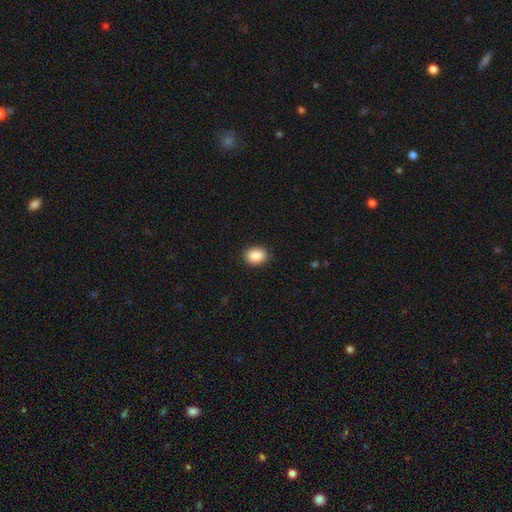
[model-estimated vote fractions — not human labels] smooth 89%, star or artifact 8%, featured or disk 3%. Down the decision tree: how rounded — in between (67%); merging — none (89%).